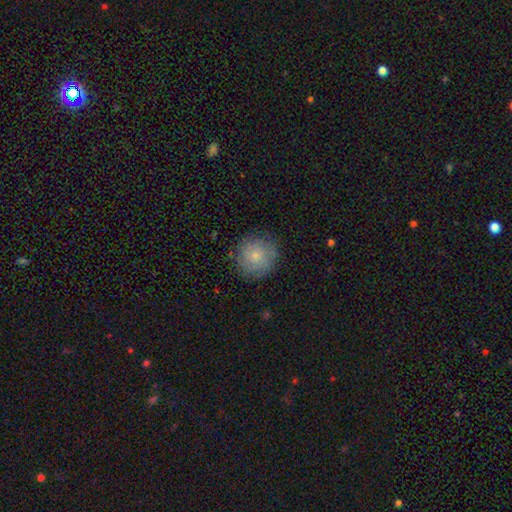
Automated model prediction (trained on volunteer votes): Smooth or featured? smooth (71%)
How rounded? round (94%)
Merging? none (82%)